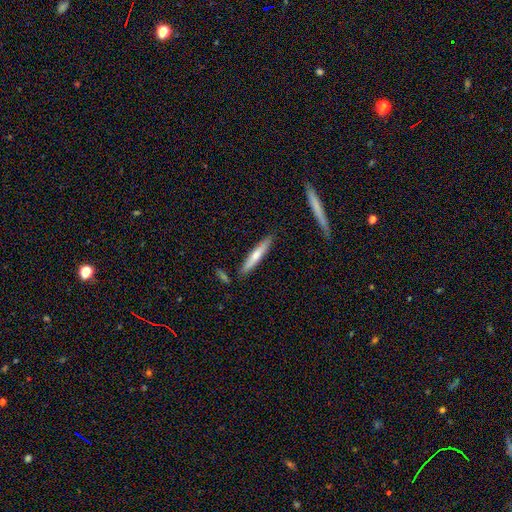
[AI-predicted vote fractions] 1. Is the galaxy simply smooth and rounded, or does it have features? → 61% smooth, 33% featured or disk, 6% star or artifact.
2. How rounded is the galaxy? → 92% cigar-shaped, 7% in between, 1% round.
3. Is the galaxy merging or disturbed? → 83% none, 11% minor disturbance, 4% merger, 2% major disturbance.